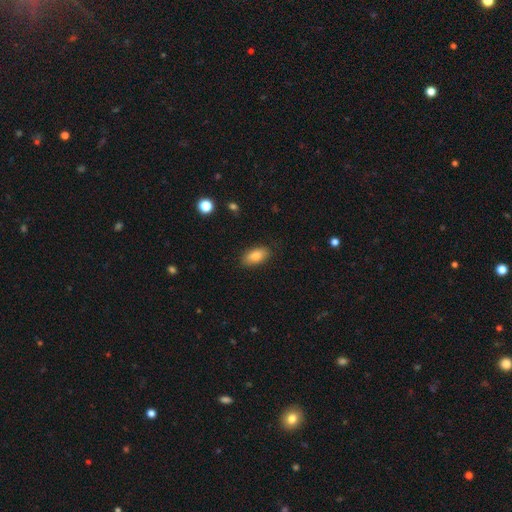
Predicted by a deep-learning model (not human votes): Overall: smooth (85%). How rounded: in between (91%). Merging: none (86%).